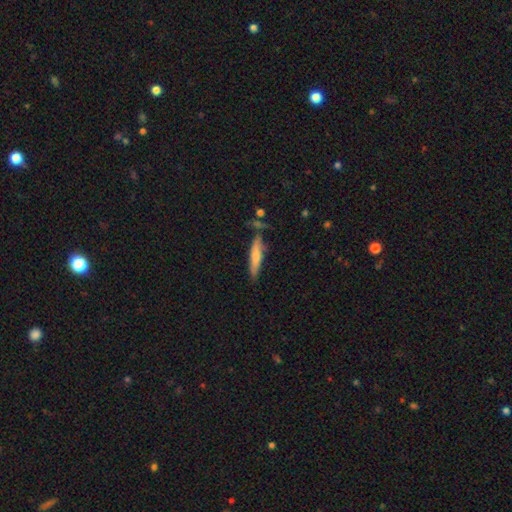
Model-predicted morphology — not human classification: The model was most divided on "smooth or featured": smooth: 67%, featured or disk: 28%, star or artifact: 6%. More confident: how rounded — cigar-shaped (82%); merging — none (67%).